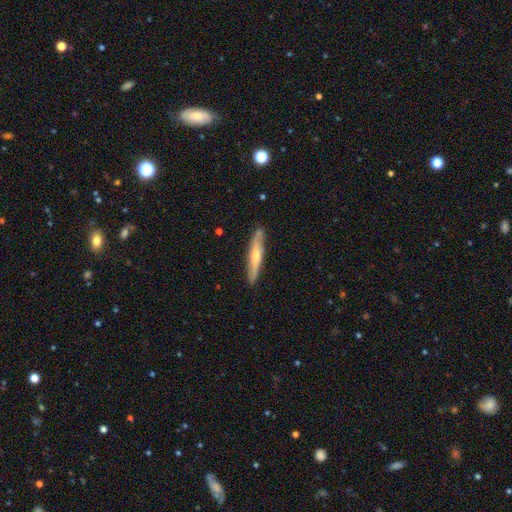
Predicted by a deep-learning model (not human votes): Morphology: type=featured or disk (61%); edge-on=yes (85%); edge-on bulge=rounded (81%); merging=none (88%).